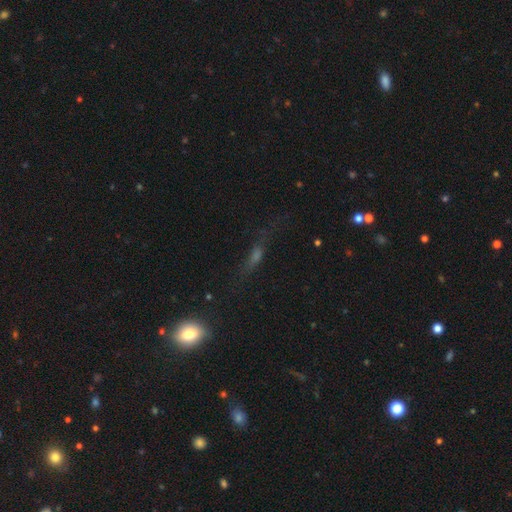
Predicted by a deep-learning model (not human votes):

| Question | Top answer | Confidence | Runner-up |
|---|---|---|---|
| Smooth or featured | smooth | 40% | featured or disk (35%) |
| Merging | none | 55% | major disturbance (23%) |